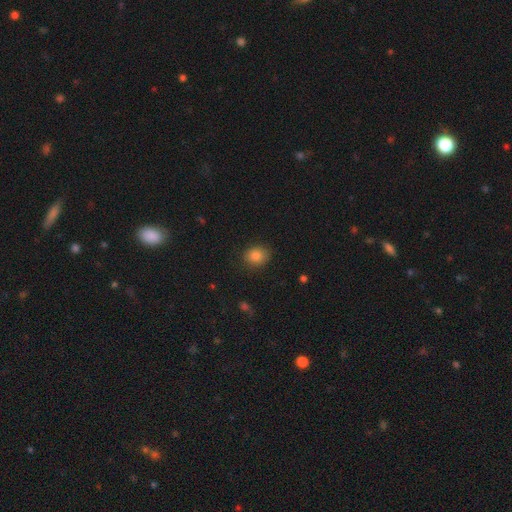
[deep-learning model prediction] Morphology: type=smooth (85%); roundness=round (57%); merging=none (81%).